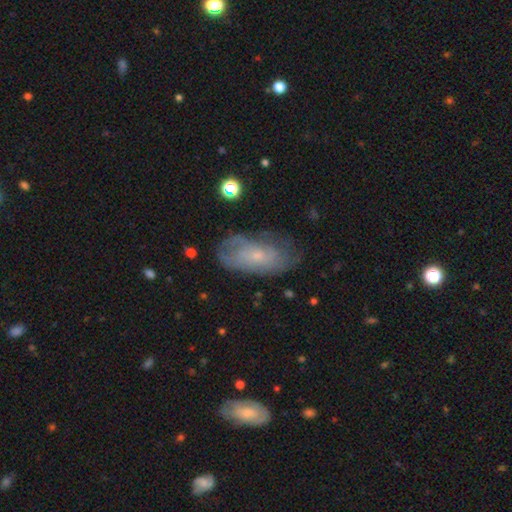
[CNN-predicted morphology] type=featured or disk (53%); edge-on=no (91%); merging=none (64%).